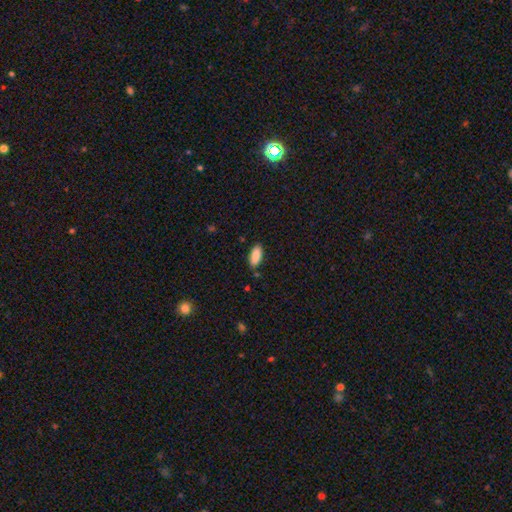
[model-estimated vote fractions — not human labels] smooth_or_featured: smooth (p=0.89) [alt: star or artifact p=0.07]
how_rounded: in between (p=0.83) [alt: cigar-shaped p=0.15]
merging: none (p=0.85) [alt: minor disturbance p=0.11]